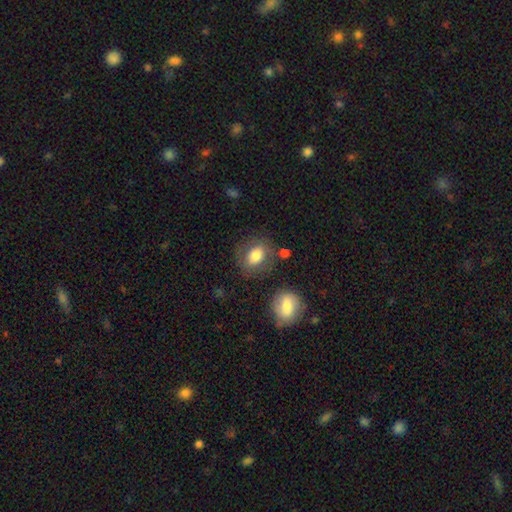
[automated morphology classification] The model was most divided on "how rounded": in between: 65%, round: 33%, cigar-shaped: 2%. More confident: smooth or featured — smooth (77%); merging — none (73%).